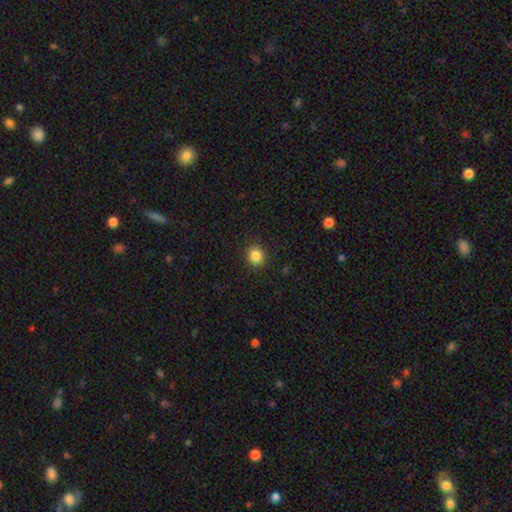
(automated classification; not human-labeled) Smooth or featured: smooth — 86% (star or artifact — 10%)
How rounded: round — 84% (in between — 16%)
Merging: none — 90% (minor disturbance — 7%)